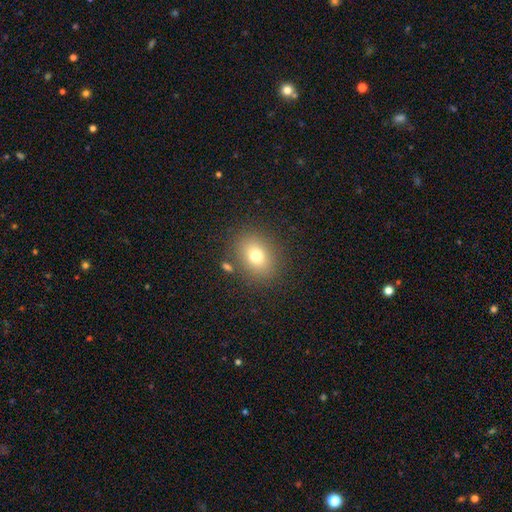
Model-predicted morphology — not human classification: Smooth or featured? smooth (75%)
How rounded? in between (52%)
Merging? none (83%)